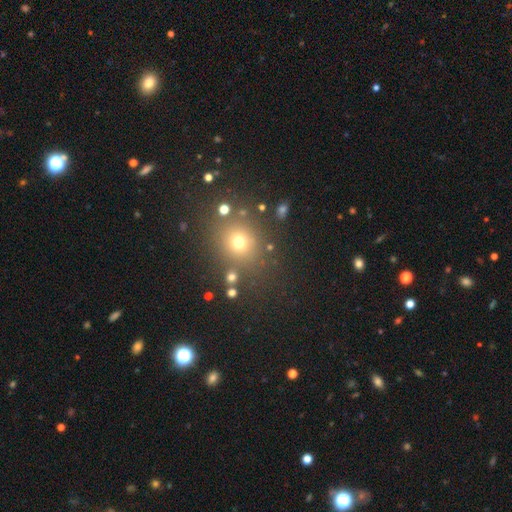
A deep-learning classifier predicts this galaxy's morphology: Q: Smooth or featured?
A: smooth (56%); runner-up: star or artifact (34%)
Q: How rounded?
A: round (76%); runner-up: in between (22%)
Q: Merging?
A: none (82%); runner-up: minor disturbance (8%)